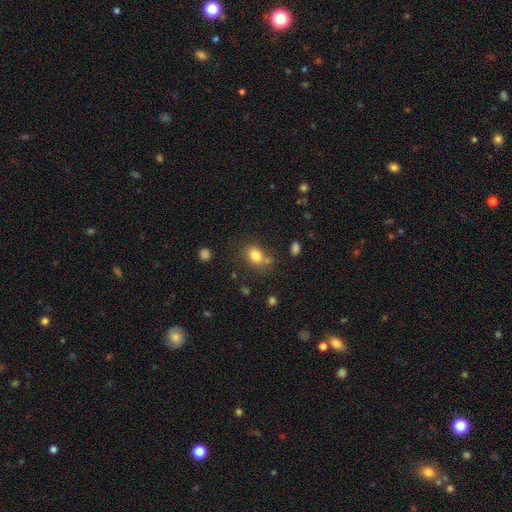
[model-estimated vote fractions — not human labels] Q: Smooth or featured?
A: smooth (80%); runner-up: star or artifact (11%)
Q: How rounded?
A: in between (64%); runner-up: round (35%)
Q: Merging?
A: none (65%); runner-up: minor disturbance (17%)